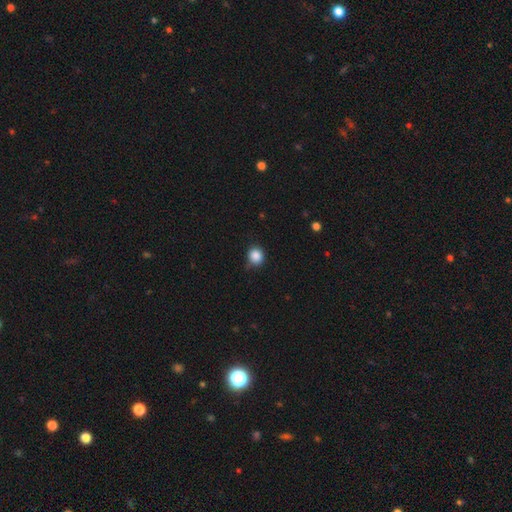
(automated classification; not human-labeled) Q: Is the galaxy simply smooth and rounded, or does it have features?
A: smooth — 86%.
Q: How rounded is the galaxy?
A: round — 85%.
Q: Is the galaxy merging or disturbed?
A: none — 75%.